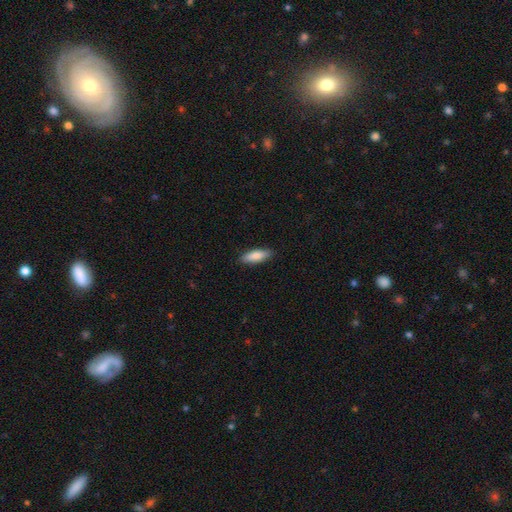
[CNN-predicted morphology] The model was most divided on "how rounded": in between: 52%, cigar-shaped: 46%, round: 2%. More confident: merging — none (89%); smooth or featured — smooth (83%).